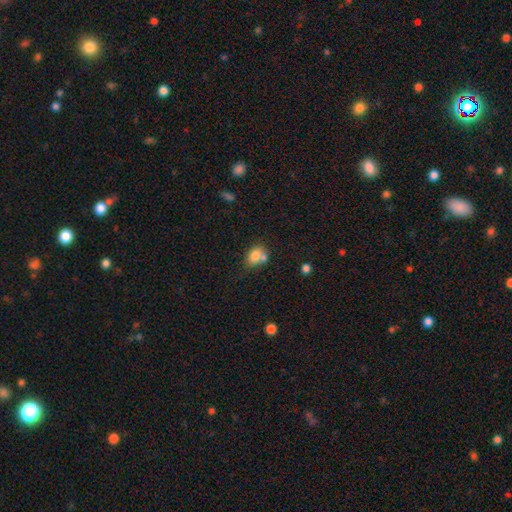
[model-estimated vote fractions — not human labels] This is likely a smooth galaxy (78%). How rounded: likely in between (70%). Merging: marginally none (43%).